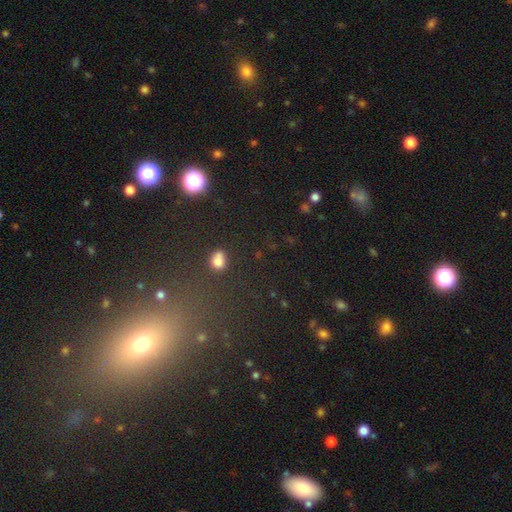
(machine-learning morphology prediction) Q: Smooth or featured?
A: smooth (45%); runner-up: star or artifact (42%)
Q: Merging?
A: none (81%); runner-up: minor disturbance (9%)